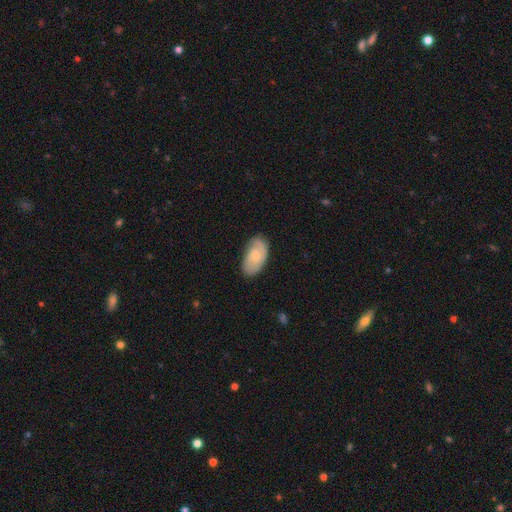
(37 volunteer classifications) This appears to be a smooth galaxy with no disk features (49%, tied with featured or disk) that is in between round and cigar-shaped (94%). Merging: none (61%).